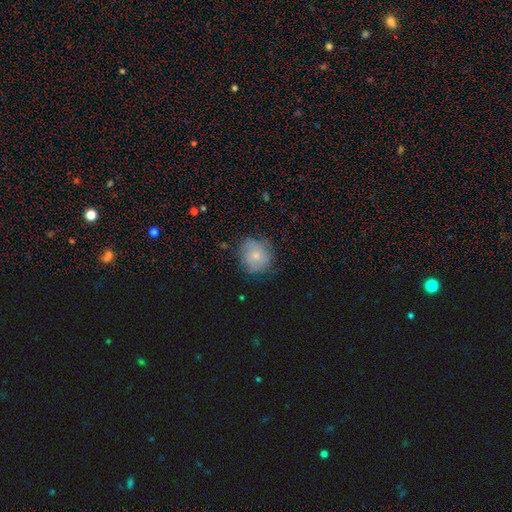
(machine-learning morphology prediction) The model was most divided on "smooth or featured": smooth: 66%, featured or disk: 24%, star or artifact: 10%. More confident: how rounded — round (80%); merging — none (73%).